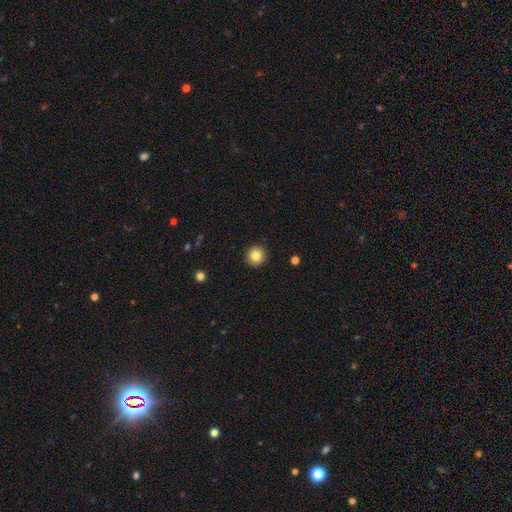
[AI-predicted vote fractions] A smooth galaxy with no disk features (83%) that is round (93%).

Vote fractions:
- Smooth or featured? smooth: 83% / star or artifact: 10% / featured or disk: 7%
- How rounded? round: 93% / in between: 6% / cigar-shaped: 1%
- Merging? none: 92% / minor disturbance: 5% / major disturbance: 2% / merger: 1%